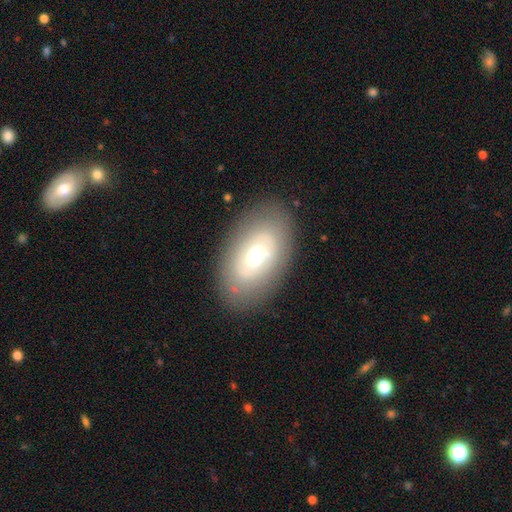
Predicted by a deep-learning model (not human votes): The model was most divided on "smooth or featured": smooth: 47%, featured or disk: 45%, star or artifact: 8%. More confident: merging — none (82%).